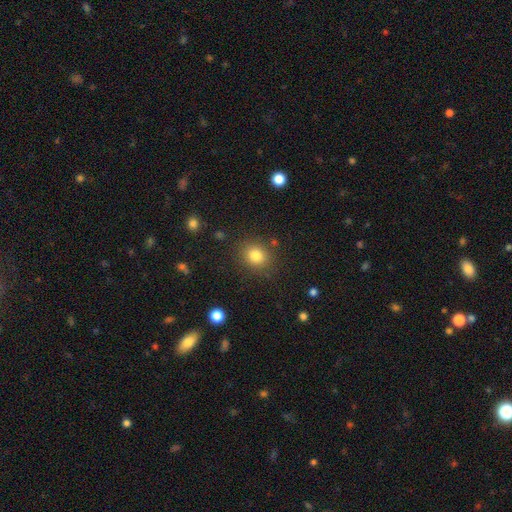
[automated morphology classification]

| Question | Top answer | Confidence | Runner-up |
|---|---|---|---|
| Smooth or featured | smooth | 81% | star or artifact (12%) |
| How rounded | round | 72% | in between (27%) |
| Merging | none | 85% | minor disturbance (9%) |